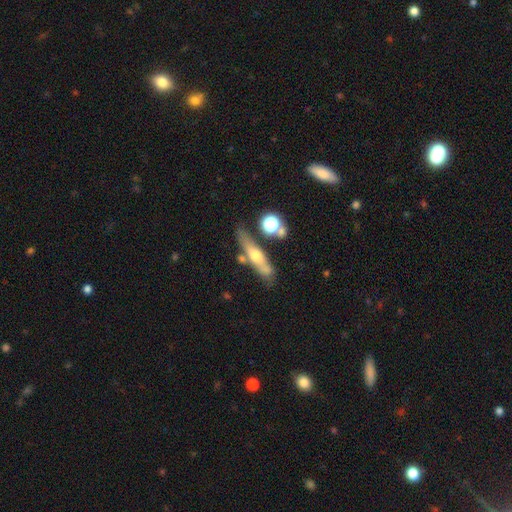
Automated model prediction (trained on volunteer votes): Smooth or featured? Predicted: featured or disk (p=0.52). Edge-on disk? Predicted: yes (p=0.80). Merging? Predicted: none (p=0.67).